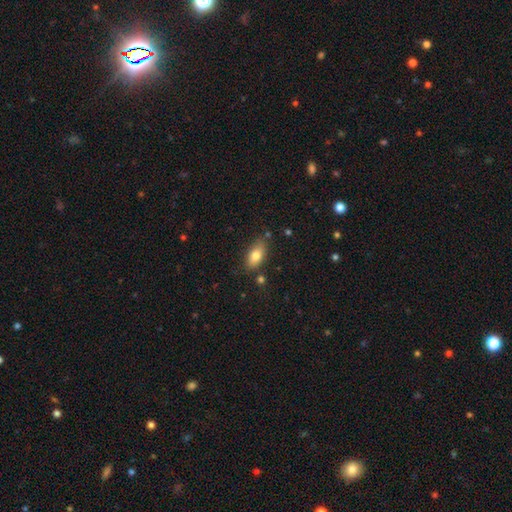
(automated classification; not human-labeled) smooth_or_featured: smooth (p=0.78) [alt: featured or disk p=0.14]
how_rounded: in between (p=0.88) [alt: cigar-shaped p=0.08]
merging: none (p=0.77) [alt: minor disturbance p=0.16]